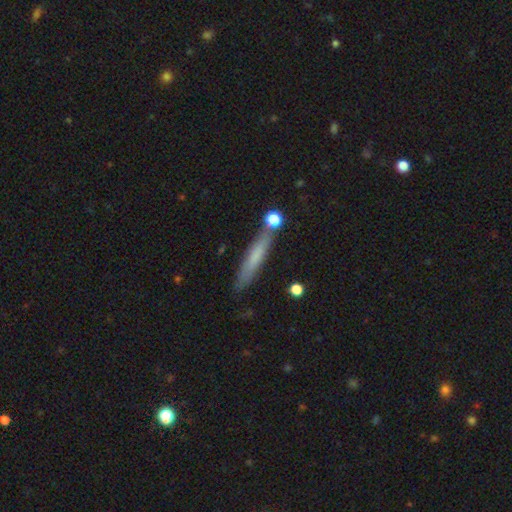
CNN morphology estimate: This appears to be a smooth galaxy with no disk features (64%) that is cigar-shaped (92%). Merging: none (79%).